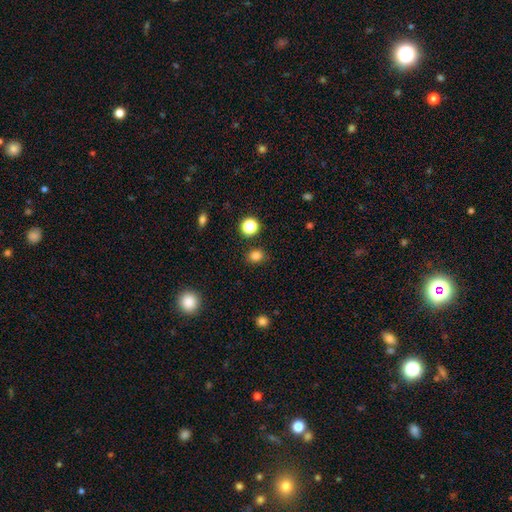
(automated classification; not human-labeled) This is clearly a smooth galaxy (82%). How rounded: likely round (65%). Merging: clearly none (86%).